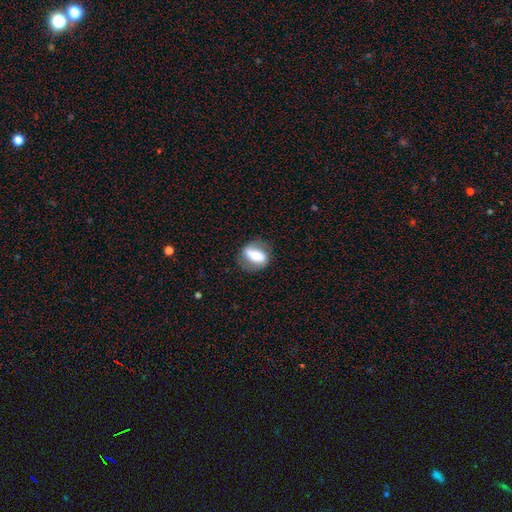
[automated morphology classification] Overall: smooth (47%; featured or disk 46%). Merging: none (67%).